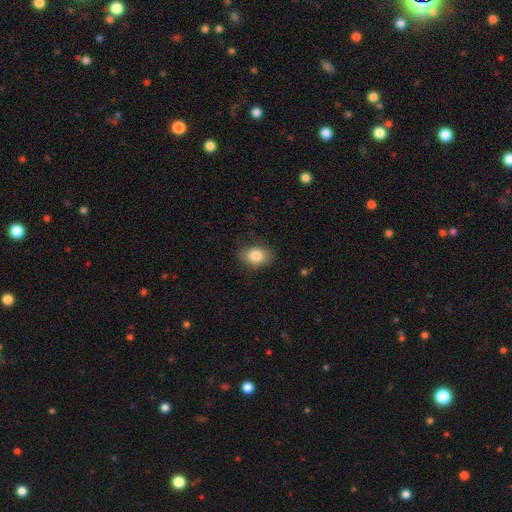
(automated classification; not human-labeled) Q: Smooth or featured?
A: smooth (85%); runner-up: star or artifact (8%)
Q: How rounded?
A: in between (75%); runner-up: round (24%)
Q: Merging?
A: none (77%); runner-up: minor disturbance (18%)